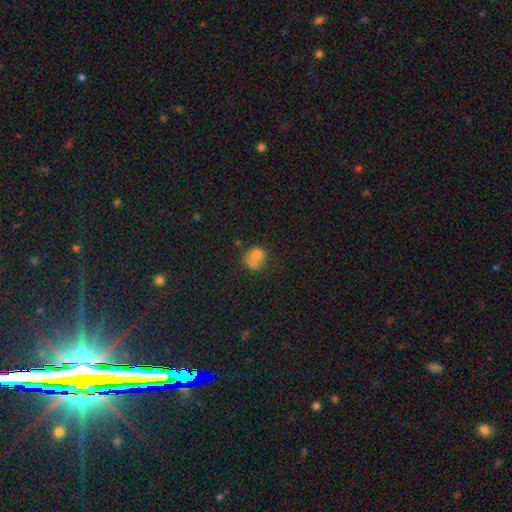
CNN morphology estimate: A smooth galaxy with no disk features (71%) that is round (70%).

Vote fractions:
- Smooth or featured? smooth: 71% / featured or disk: 16% / star or artifact: 13%
- How rounded? round: 70% / in between: 29% / cigar-shaped: 1%
- Merging? none: 37% / merger: 34% / minor disturbance: 19% / major disturbance: 11%